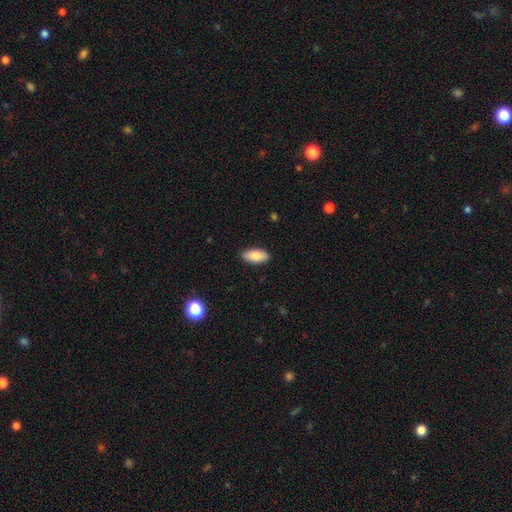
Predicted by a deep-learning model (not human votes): smooth 85%, featured or disk 9%, star or artifact 6%. Down the decision tree: how rounded — in between (89%); merging — none (88%).